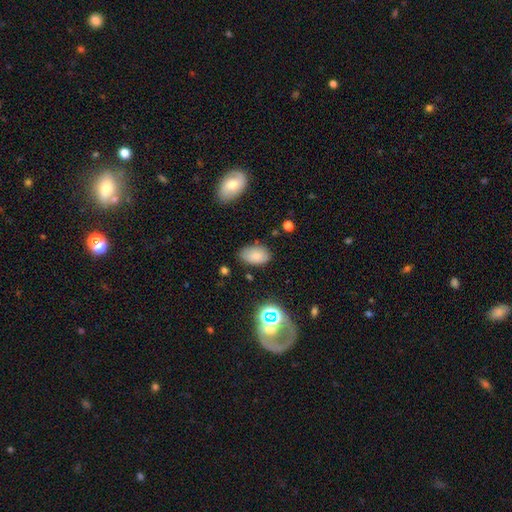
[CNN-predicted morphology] A smooth galaxy with no disk features (80%) that is in between round and cigar-shaped (91%). Merging: none (77%).